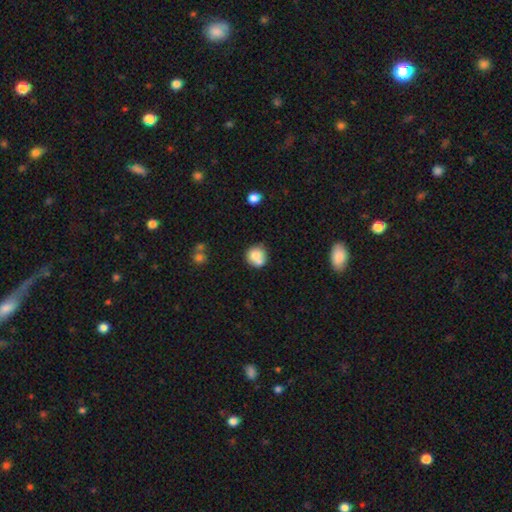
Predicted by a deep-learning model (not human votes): A smooth galaxy with no disk features (76%) that is round (87%).

Vote fractions:
- Smooth or featured? smooth: 76% / featured or disk: 15% / star or artifact: 9%
- How rounded? round: 87% / in between: 12% / cigar-shaped: 1%
- Merging? none: 53% / merger: 30% / minor disturbance: 13% / major disturbance: 4%